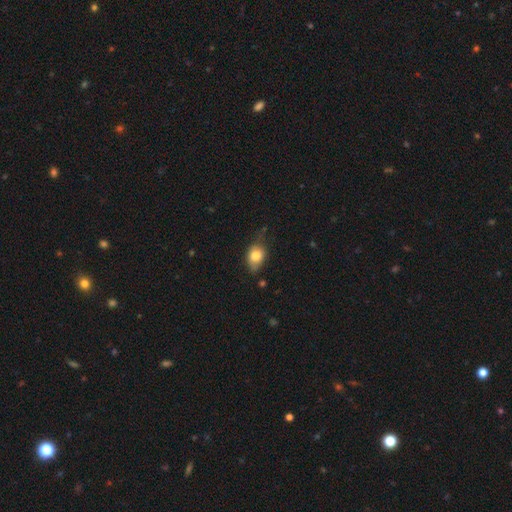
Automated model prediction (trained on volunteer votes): This appears to be a smooth galaxy with no disk features (77%) that is in between round and cigar-shaped (72%). Merging: none (56%).